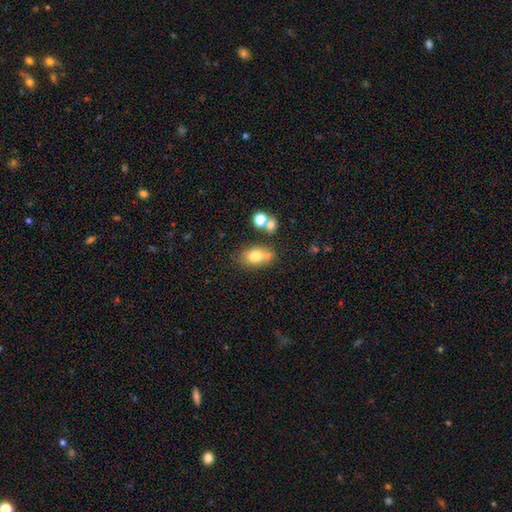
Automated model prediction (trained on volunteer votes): Smooth or featured?
  - smooth: 74% *
  - featured or disk: 15%
  - star or artifact: 11%
How rounded?
  - in between: 75% *
  - round: 23%
  - cigar-shaped: 2%
Merging?
  - none: 54% *
  - merger: 24%
  - minor disturbance: 16%
  - major disturbance: 6%